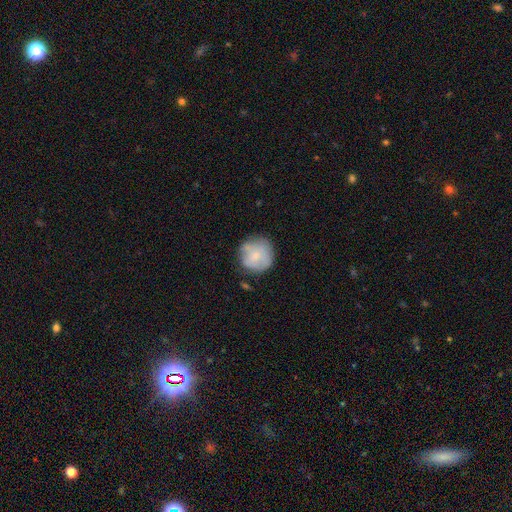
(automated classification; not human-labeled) Morphology: type=smooth (69%); roundness=round (92%); merging=none (64%).